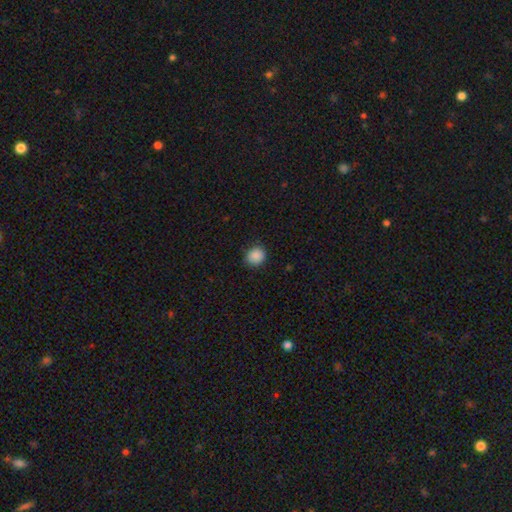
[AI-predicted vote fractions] Smooth or featured? smooth (88%)
How rounded? round (80%)
Merging? none (86%)